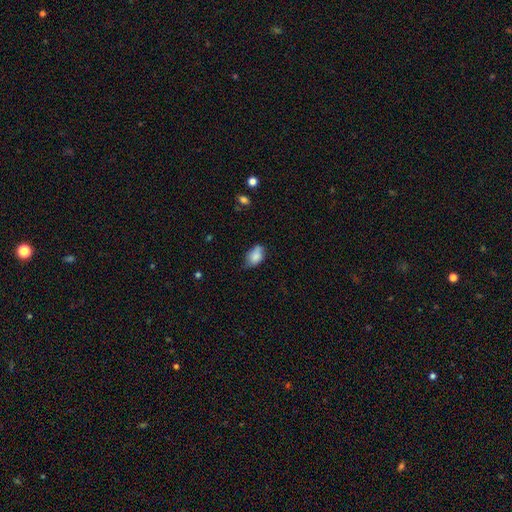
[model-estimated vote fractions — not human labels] smooth-or-featured: smooth: 79% | featured or disk: 12% | star or artifact: 8%
  how-rounded: in between: 87% | round: 11% | cigar-shaped: 2%
  merging: none: 47% | minor disturbance: 39% | major disturbance: 9% | merger: 5%